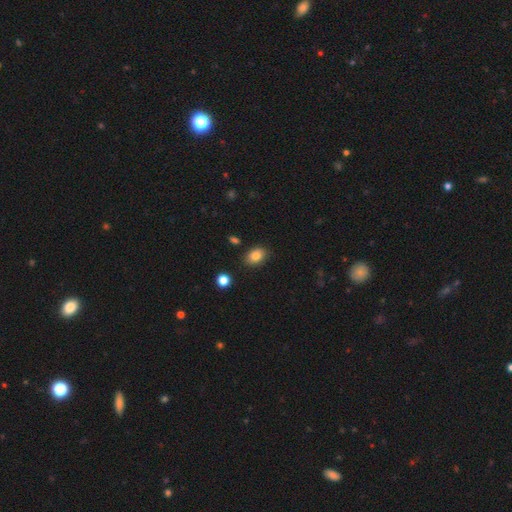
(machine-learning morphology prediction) Smooth or featured? Predicted: smooth (p=0.83). How rounded? Predicted: in between (p=0.75). Merging? Predicted: none (p=0.84).